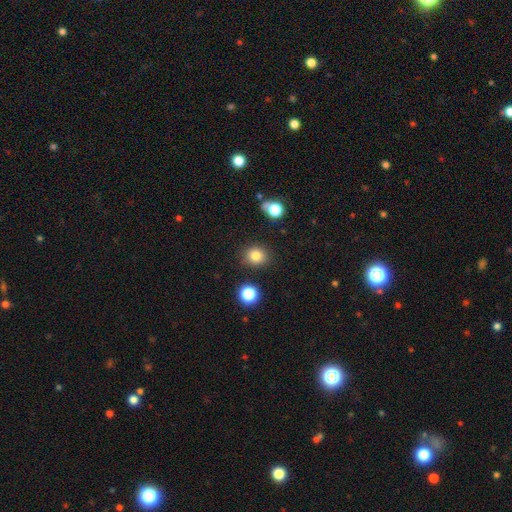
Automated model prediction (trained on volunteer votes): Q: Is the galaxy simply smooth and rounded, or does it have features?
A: smooth — 82%.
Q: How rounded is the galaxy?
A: round — 78%.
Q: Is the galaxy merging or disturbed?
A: none — 85%.